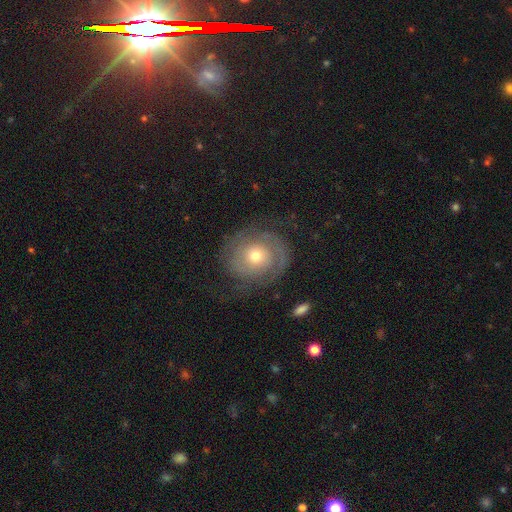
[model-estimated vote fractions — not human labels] smooth-or-featured: featured or disk: 73% | smooth: 20% | star or artifact: 7%
  disk-edge-on: no: 97% | yes: 3%
    bar: no: 82% | weak: 15% | strong: 3%
    has-spiral-arms: yes: 89% | no: 11%
      spiral-winding: tight: 64% | medium: 26% | loose: 10%
      spiral-arm-count: 2: 59% | can't tell: 20% | 1: 10% | 3: 6% | 4: 3% | more than 4: 3%
    bulge-size: moderate: 58% | small: 35% | large: 5% | dominant: 1% | none: 1%
  merging: none: 72% | minor disturbance: 15% | major disturbance: 12% | merger: 1%